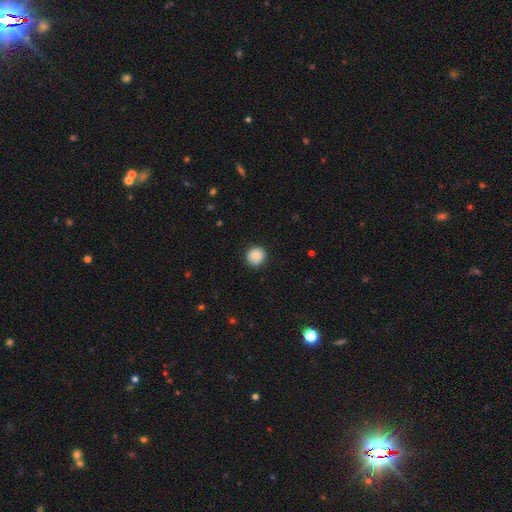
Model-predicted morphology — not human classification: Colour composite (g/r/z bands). It shows a smooth galaxy with no disk features (86%) that is round (93%). Merging: none (90%).